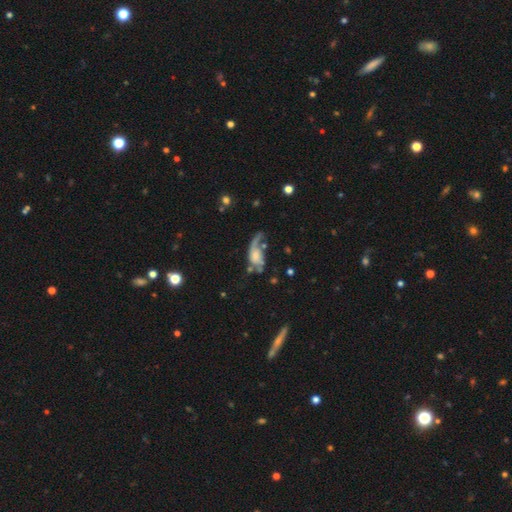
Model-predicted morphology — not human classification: A featured or disk galaxy (56%) with no bar (75%), spiral arms (69%) and a small central bulge (39%). Merging: major disturbance (43%).